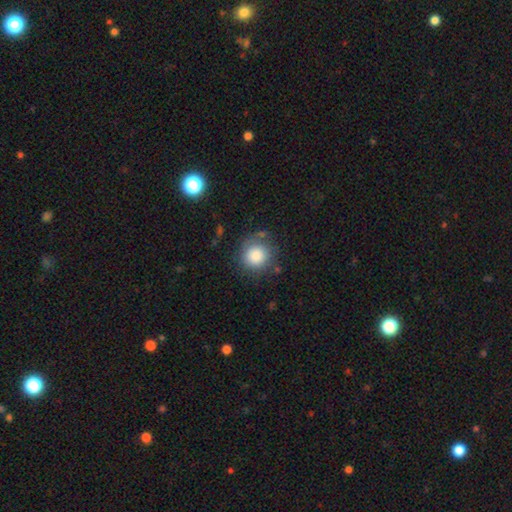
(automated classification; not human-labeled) Smooth or featured?
  - smooth: 85% *
  - star or artifact: 9%
  - featured or disk: 7%
How rounded?
  - round: 93% *
  - in between: 6%
  - cigar-shaped: 1%
Merging?
  - none: 77% *
  - minor disturbance: 14%
  - major disturbance: 6%
  - merger: 3%